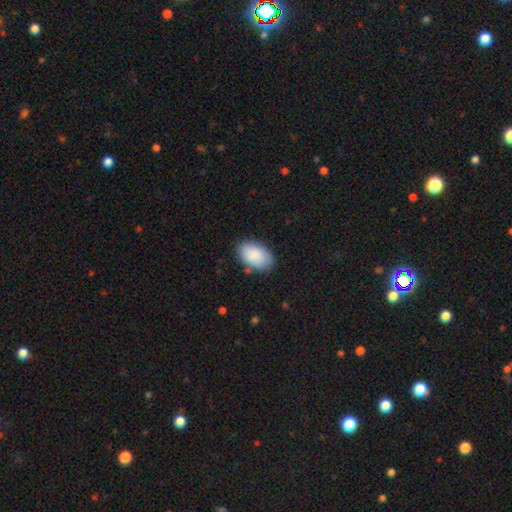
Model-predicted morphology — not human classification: Q: Smooth or featured?
A: smooth (89%); runner-up: star or artifact (6%)
Q: How rounded?
A: in between (94%); runner-up: round (5%)
Q: Merging?
A: none (81%); runner-up: minor disturbance (14%)